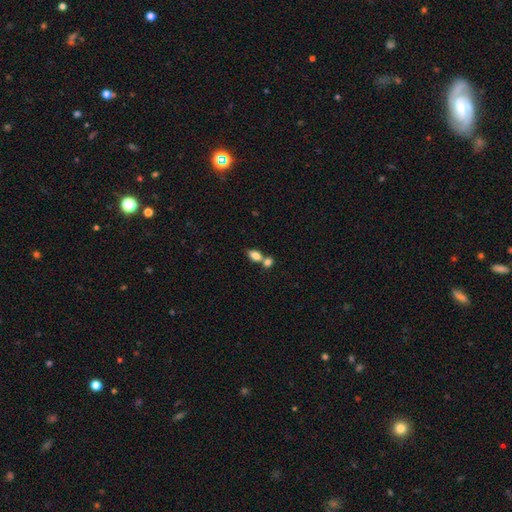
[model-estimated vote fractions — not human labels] Smooth or featured: smooth — 82% (featured or disk — 9%)
How rounded: in between — 84% (round — 13%)
Merging: merger — 51% (none — 37%)